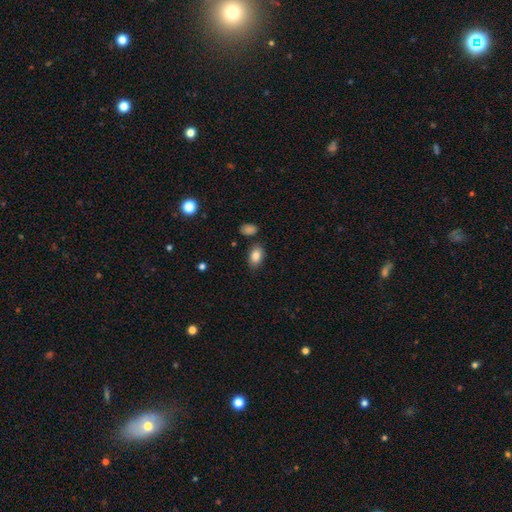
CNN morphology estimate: Smooth or featured? smooth (84%)
How rounded? in between (88%)
Merging? none (81%)